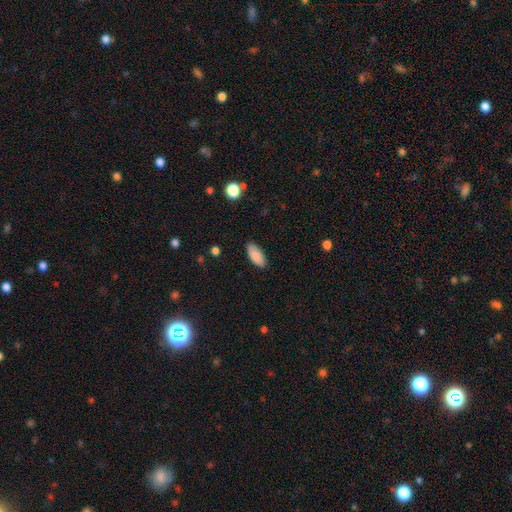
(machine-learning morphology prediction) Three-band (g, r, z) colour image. It shows a smooth galaxy with no disk features (88%) that is in between round and cigar-shaped (88%). Merging: none (86%).